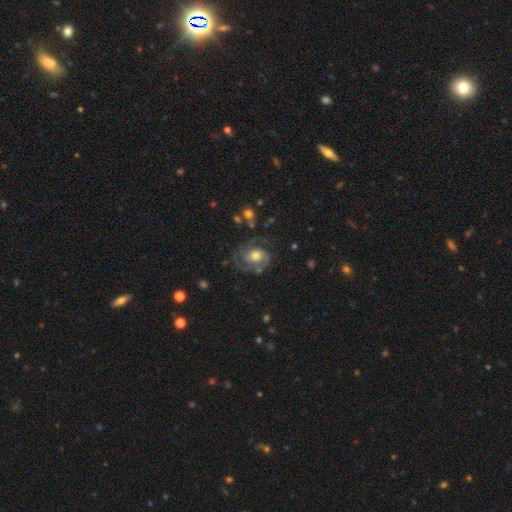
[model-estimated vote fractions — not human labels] Smooth or featured? Predicted: featured or disk (p=0.86). Edge-on disk? Predicted: no (p=0.98). Bar? Predicted: no (p=0.69). Spiral arms? Predicted: yes (p=0.96). Spiral winding? Predicted: tight (p=0.47). Spiral arm count? Predicted: 2 (p=0.69). Bulge size? Predicted: moderate (p=0.68). Merging? Predicted: none (p=0.68).